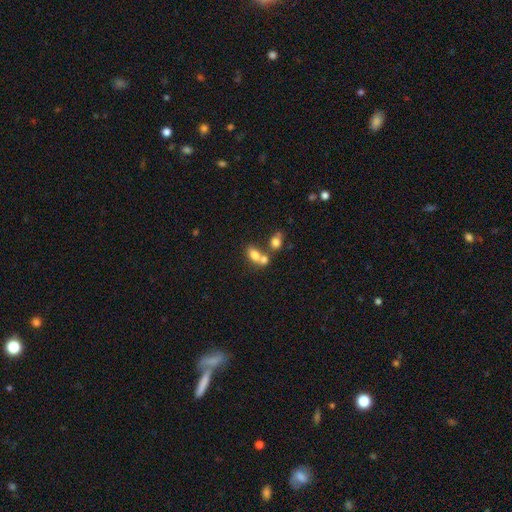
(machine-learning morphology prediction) smooth 73%, featured or disk 15%, star or artifact 12%. Down the decision tree: how rounded — in between (73%); merging — merger (57%).